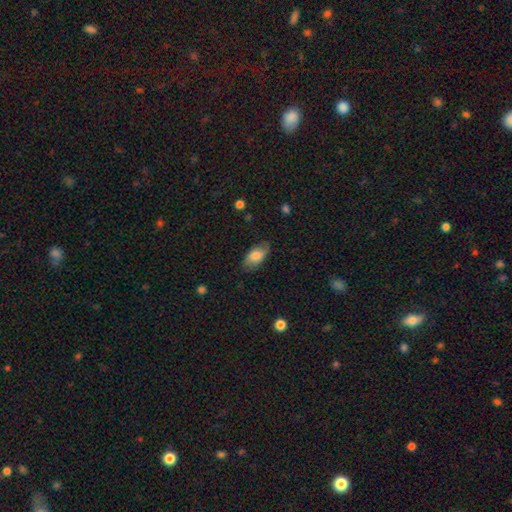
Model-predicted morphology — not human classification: smooth 72%, featured or disk 21%, star or artifact 7%. Down the decision tree: how rounded — in between (92%); merging — none (75%).